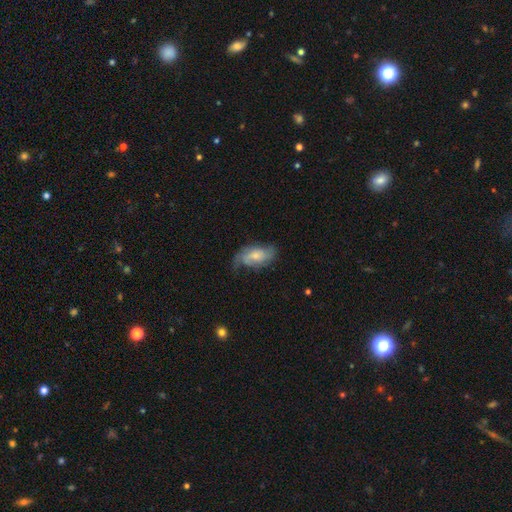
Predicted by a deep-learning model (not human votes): Smooth or featured: featured or disk — 53% (smooth — 40%)
Edge-on disk: no — 94% (yes — 6%)
Merging: none — 48% (minor disturbance — 32%)